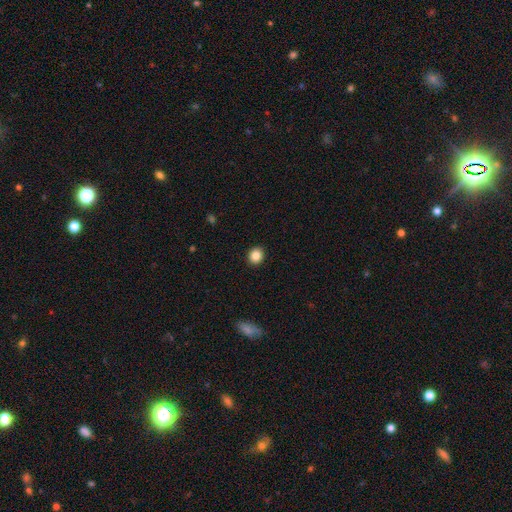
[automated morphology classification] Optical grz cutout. It shows a smooth galaxy with no disk features (86%) that is round (83%). Merging: none (92%).